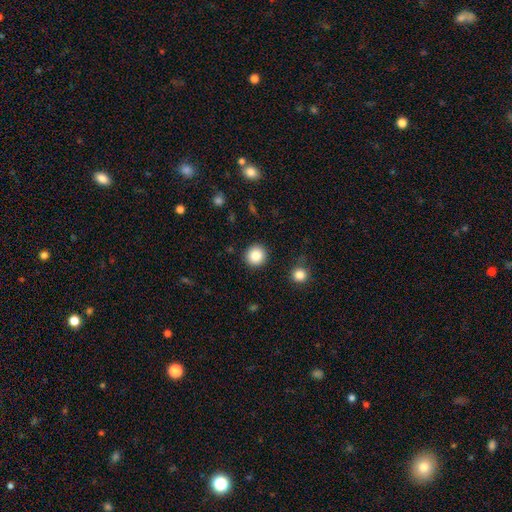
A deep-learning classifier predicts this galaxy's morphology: smooth_or_featured: smooth (p=0.86) [alt: star or artifact p=0.09]
how_rounded: round (p=0.92) [alt: in between p=0.07]
merging: none (p=0.91) [alt: minor disturbance p=0.06]